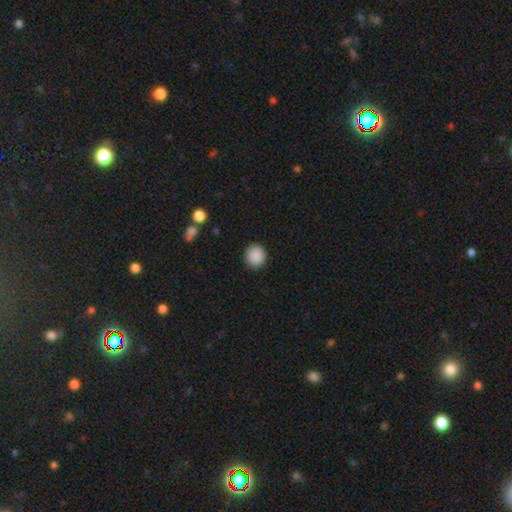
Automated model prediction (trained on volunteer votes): smooth_or_featured: smooth (p=0.89) [alt: star or artifact p=0.08]
how_rounded: round (p=0.91) [alt: in between p=0.08]
merging: none (p=0.91) [alt: minor disturbance p=0.06]